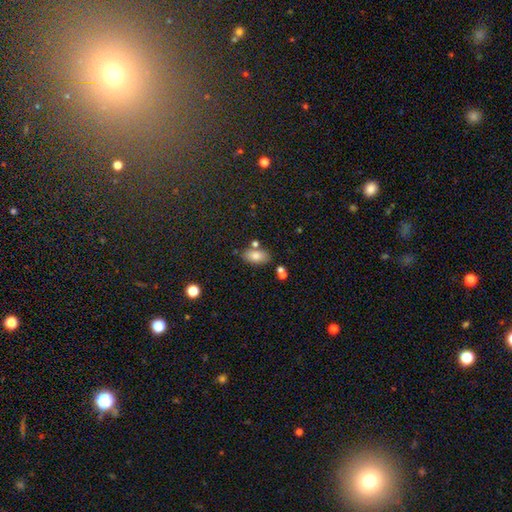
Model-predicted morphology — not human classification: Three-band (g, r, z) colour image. It shows a smooth galaxy with no disk features (80%) that is in between round and cigar-shaped (91%). Merging: none (73%).